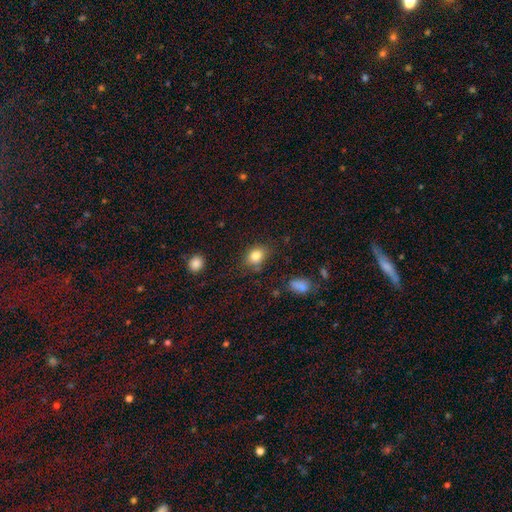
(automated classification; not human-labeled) Q: Smooth or featured?
A: smooth (83%); runner-up: star or artifact (10%)
Q: How rounded?
A: in between (58%); runner-up: round (41%)
Q: Merging?
A: none (75%); runner-up: minor disturbance (17%)